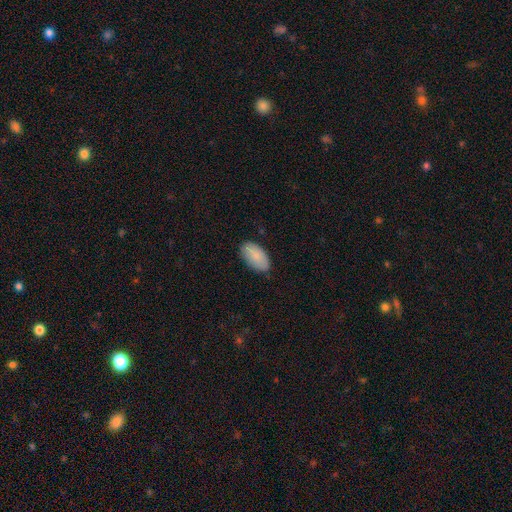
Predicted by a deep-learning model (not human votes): This appears to be a smooth galaxy with no disk features (86%) that is in between round and cigar-shaped (95%). Merging: none (83%).